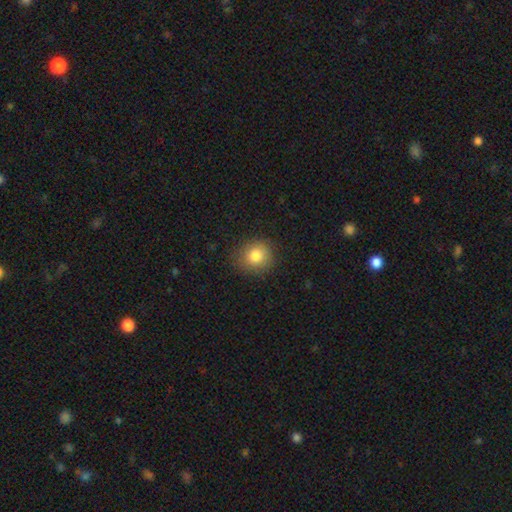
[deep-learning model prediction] A smooth galaxy with no disk features (81%) that is round (82%). Merging: none (85%).